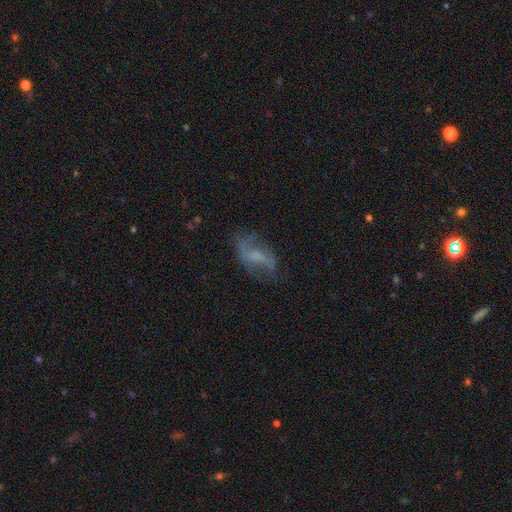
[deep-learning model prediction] smooth-or-featured: featured or disk: 61% | smooth: 30% | star or artifact: 10%
  disk-edge-on: no: 92% | yes: 8%
    bar: weak: 44% | no: 39% | strong: 16%
    has-spiral-arms: yes: 74% | no: 26%
    bulge-size: small: 37% | moderate: 30% | none: 27% | large: 5% | dominant: 1%
  merging: none: 60% | minor disturbance: 23% | major disturbance: 15% | merger: 2%